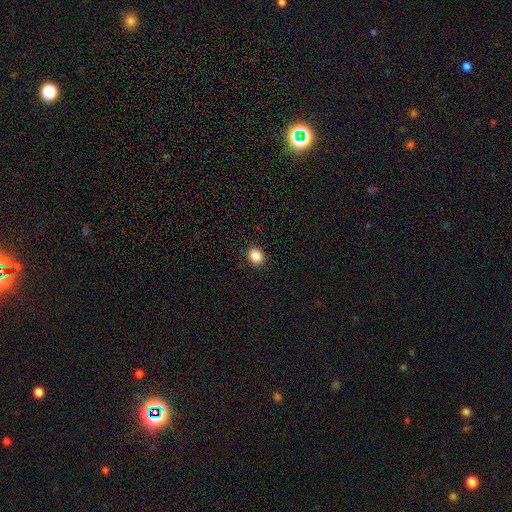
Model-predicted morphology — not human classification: smooth_or_featured: smooth (p=0.87) [alt: star or artifact p=0.09]
how_rounded: in between (p=0.58) [alt: round p=0.41]
merging: none (p=0.91) [alt: minor disturbance p=0.06]